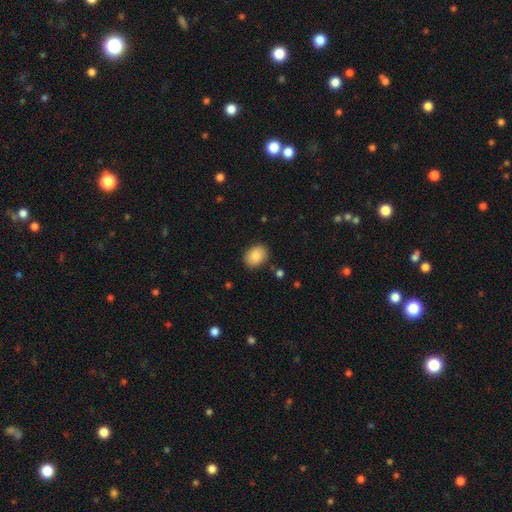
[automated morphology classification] The model was most divided on "how rounded": in between: 62%, round: 37%, cigar-shaped: 1%. More confident: smooth or featured — smooth (85%); merging — none (85%).